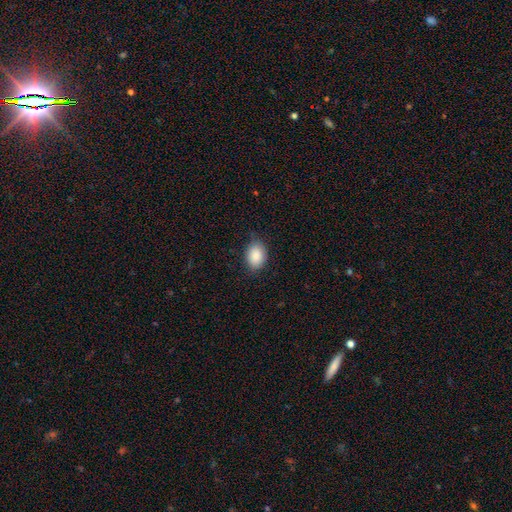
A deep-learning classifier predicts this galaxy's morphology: smooth 89%, star or artifact 7%, featured or disk 4%. Down the decision tree: how rounded — in between (77%); merging — none (79%).